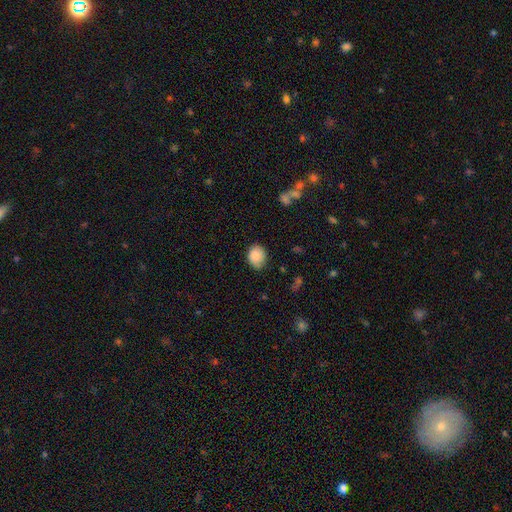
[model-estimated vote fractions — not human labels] A smooth galaxy with no disk features (85%) that is round (54%). Merging: none (75%).